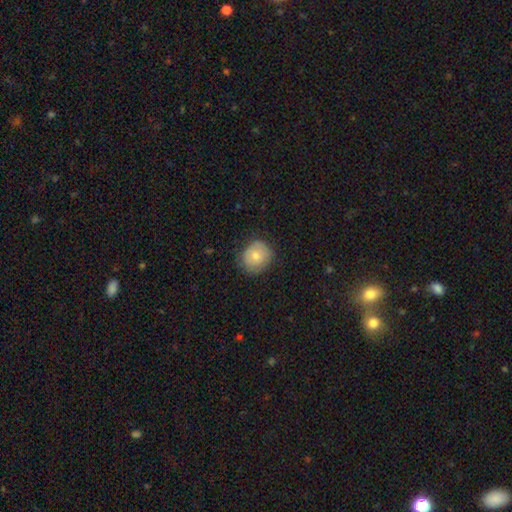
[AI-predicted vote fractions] Smooth or featured? smooth (73%)
How rounded? round (80%)
Merging? none (75%)